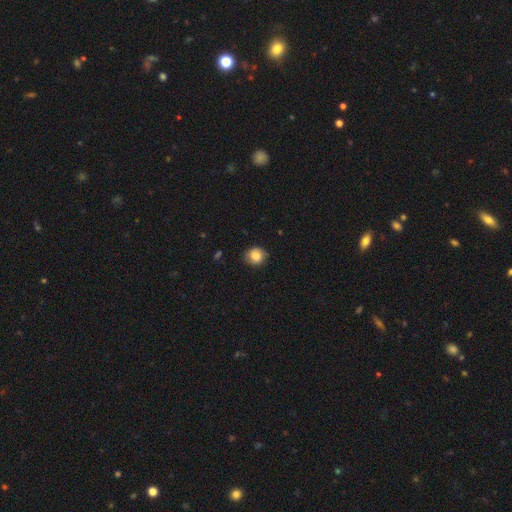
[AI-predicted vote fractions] Smooth or featured: smooth — 84% (star or artifact — 9%)
How rounded: round — 86% (in between — 13%)
Merging: none — 81% (minor disturbance — 15%)